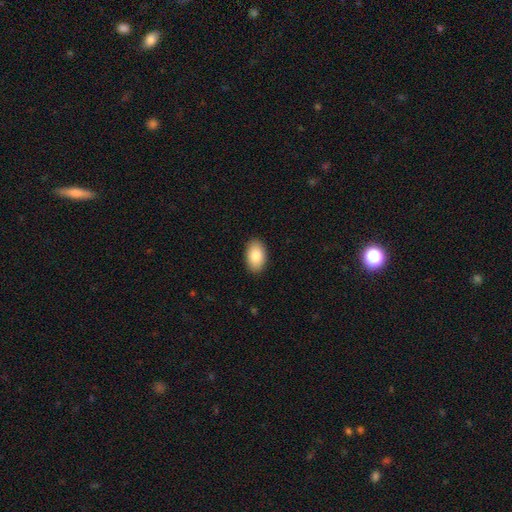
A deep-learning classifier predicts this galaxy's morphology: This is clearly a smooth galaxy (84%). How rounded: clearly in between (93%). Merging: clearly none (90%).